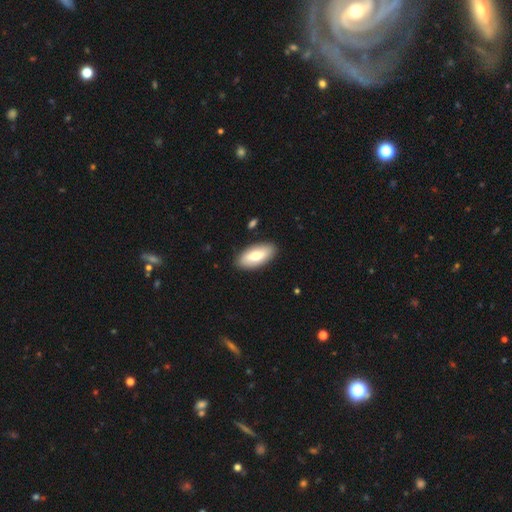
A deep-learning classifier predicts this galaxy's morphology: A smooth galaxy with no disk features (72%) that is in between round and cigar-shaped (90%). Merging: none (88%).